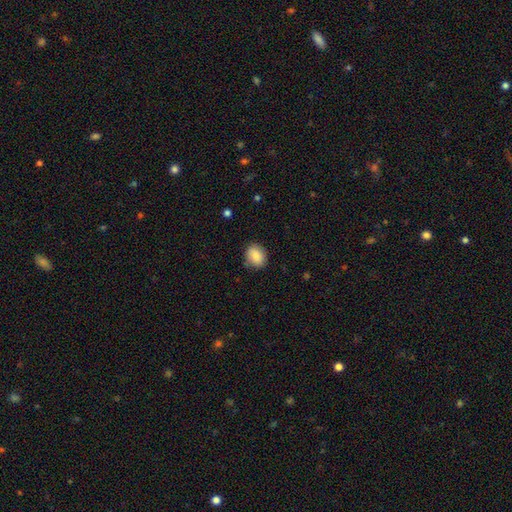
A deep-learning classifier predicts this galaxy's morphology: type=smooth (86%); roundness=in between (56%); merging=none (84%).